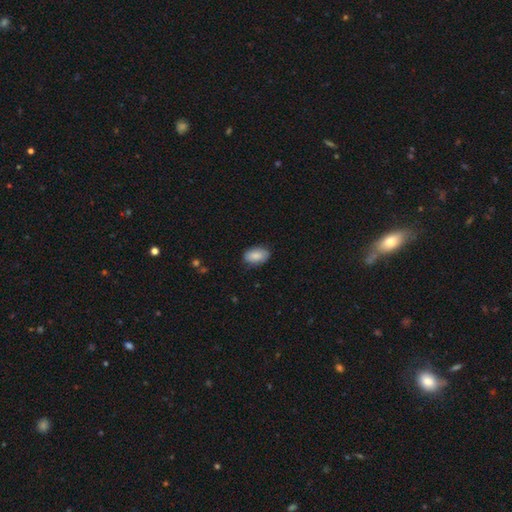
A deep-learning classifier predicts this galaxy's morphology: The model was most divided on "merging": none: 81%, minor disturbance: 15%, major disturbance: 3%, merger: 1%. More confident: how rounded — in between (93%); smooth or featured — smooth (85%).